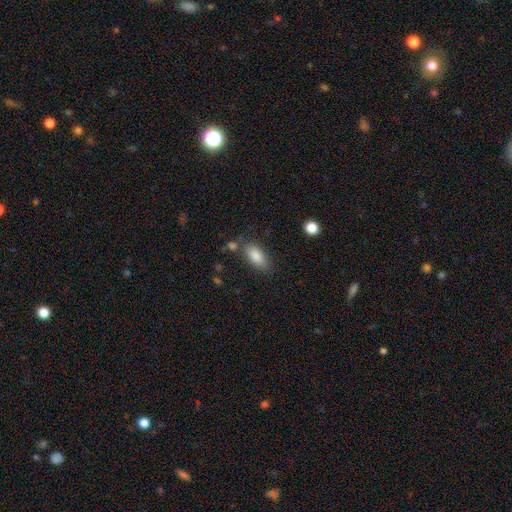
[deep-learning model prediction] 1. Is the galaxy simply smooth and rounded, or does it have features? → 85% smooth, 8% star or artifact, 7% featured or disk.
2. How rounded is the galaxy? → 89% in between, 8% cigar-shaped, 3% round.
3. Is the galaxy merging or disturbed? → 74% none, 15% minor disturbance, 7% merger, 5% major disturbance.